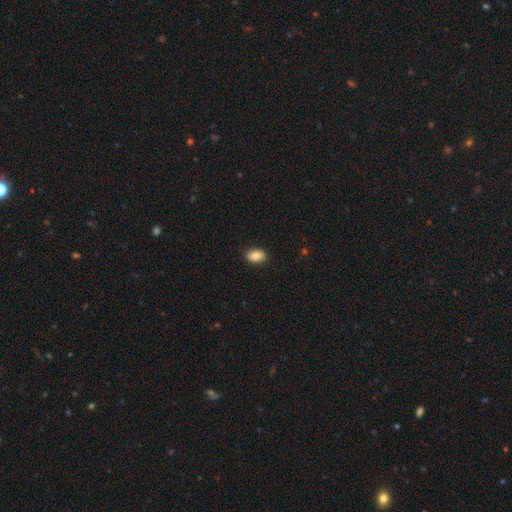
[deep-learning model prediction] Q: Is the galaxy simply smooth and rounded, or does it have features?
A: smooth — 83%.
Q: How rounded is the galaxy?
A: in between — 83%.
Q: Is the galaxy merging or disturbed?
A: none — 88%.